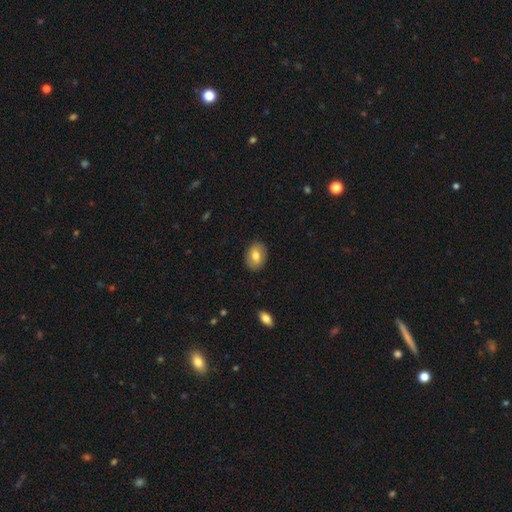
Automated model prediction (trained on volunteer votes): Q: Smooth or featured?
A: smooth (73%); runner-up: featured or disk (19%)
Q: How rounded?
A: in between (74%); runner-up: round (25%)
Q: Merging?
A: none (87%); runner-up: minor disturbance (9%)